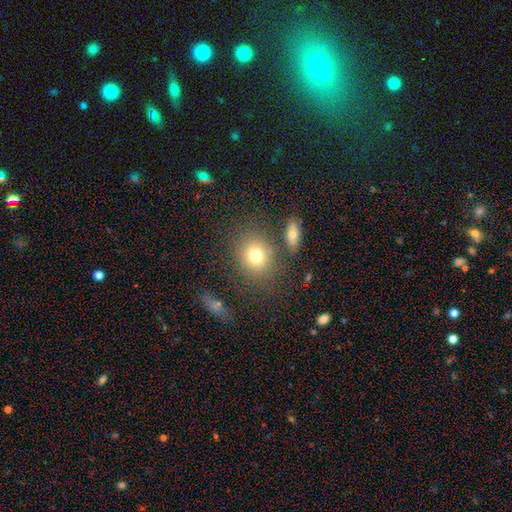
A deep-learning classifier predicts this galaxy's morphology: Smooth or featured: smooth — 75% (star or artifact — 13%)
How rounded: round — 63% (in between — 35%)
Merging: none — 76% (minor disturbance — 11%)